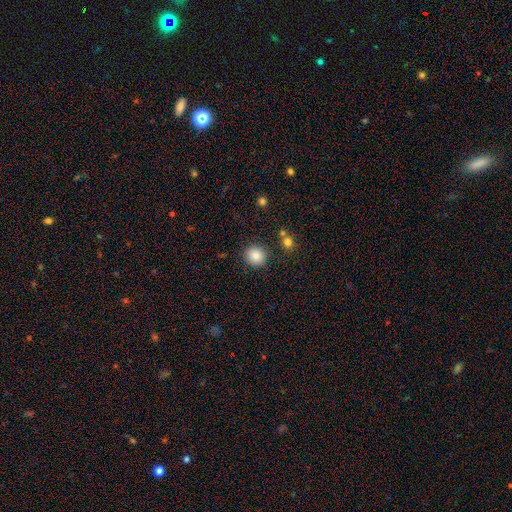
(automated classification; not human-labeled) Smooth or featured? Predicted: smooth (p=0.87). How rounded? Predicted: round (p=0.85). Merging? Predicted: none (p=0.87).